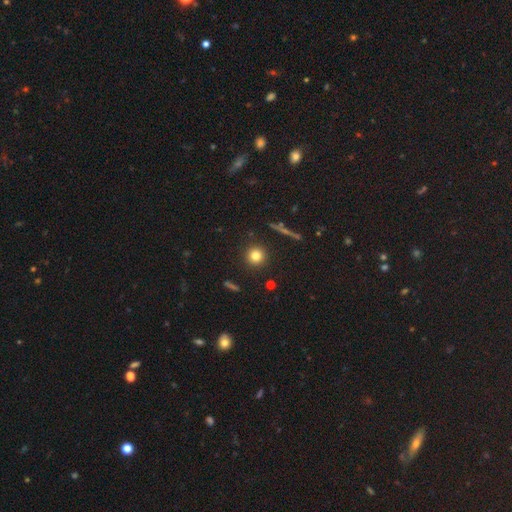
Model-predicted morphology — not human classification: type=smooth (79%); roundness=round (95%); merging=none (91%).